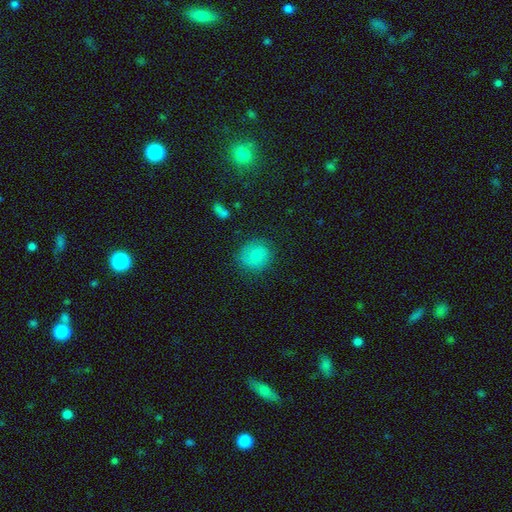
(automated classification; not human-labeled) A smooth galaxy with no disk features (79%) that is round (83%). Merging: none (78%).